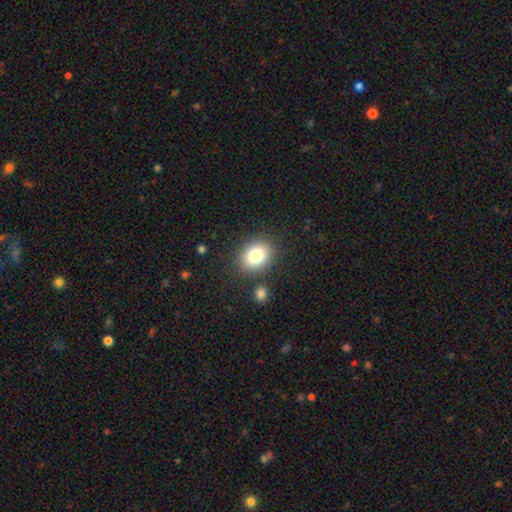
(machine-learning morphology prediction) The model was most divided on "how rounded": round: 52%, in between: 47%, cigar-shaped: 1%. More confident: merging — none (84%); smooth or featured — smooth (81%).